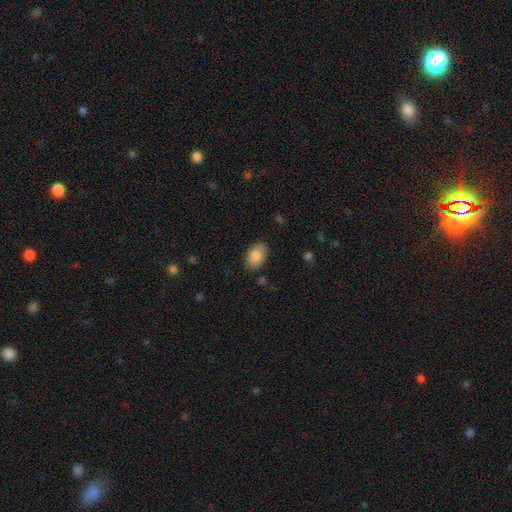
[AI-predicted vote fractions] Smooth or featured? smooth (86%)
How rounded? in between (91%)
Merging? none (85%)